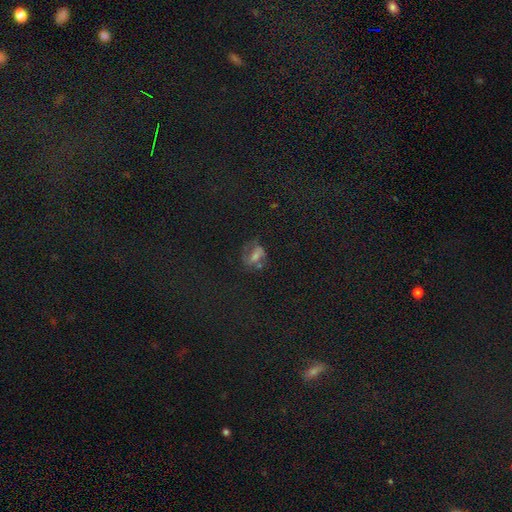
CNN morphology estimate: smooth-or-featured: smooth: 35% | featured or disk: 33% | star or artifact: 31%
  merging: none: 48% | major disturbance: 23% | minor disturbance: 22% | merger: 7%